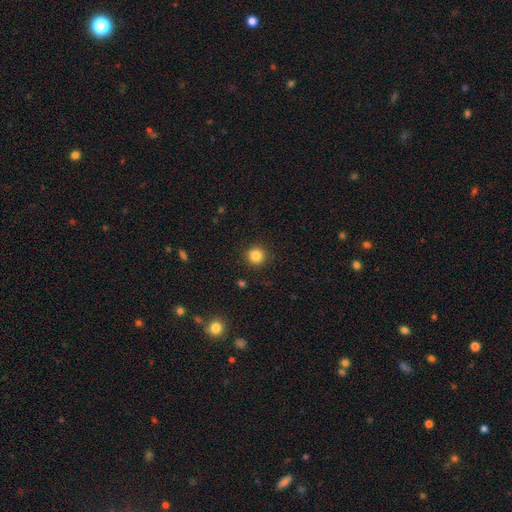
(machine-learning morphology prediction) A smooth galaxy with no disk features (85%) that is round (94%). Merging: none (91%).